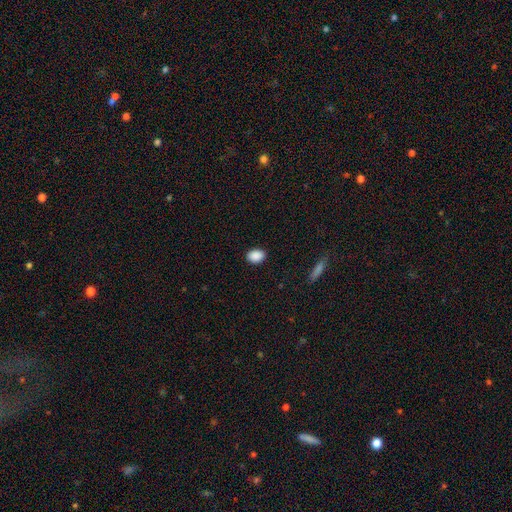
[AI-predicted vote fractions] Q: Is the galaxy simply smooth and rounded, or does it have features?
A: smooth — 89%.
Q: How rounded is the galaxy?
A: in between — 75%.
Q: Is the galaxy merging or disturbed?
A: none — 89%.